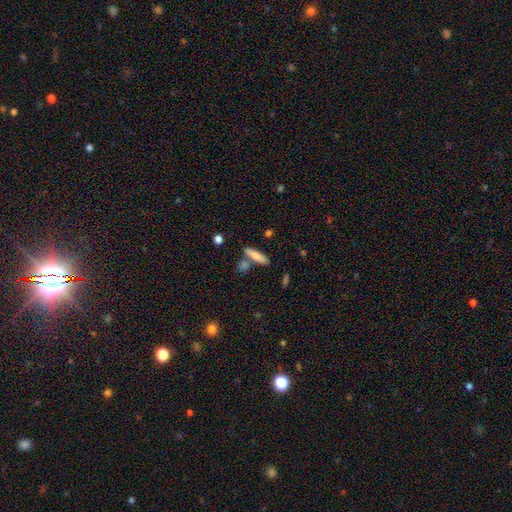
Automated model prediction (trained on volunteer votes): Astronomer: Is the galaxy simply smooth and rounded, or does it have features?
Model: smooth — 80%.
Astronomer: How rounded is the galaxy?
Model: cigar-shaped — 72%.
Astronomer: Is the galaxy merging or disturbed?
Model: none — 68%.